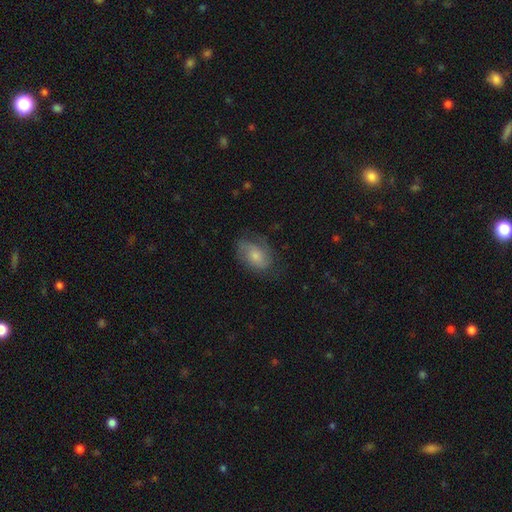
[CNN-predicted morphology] Smooth or featured?
  - smooth: 58% *
  - featured or disk: 35%
  - star or artifact: 8%
How rounded?
  - in between: 83% *
  - round: 16%
  - cigar-shaped: 2%
Merging?
  - none: 58% *
  - minor disturbance: 27%
  - major disturbance: 14%
  - merger: 1%